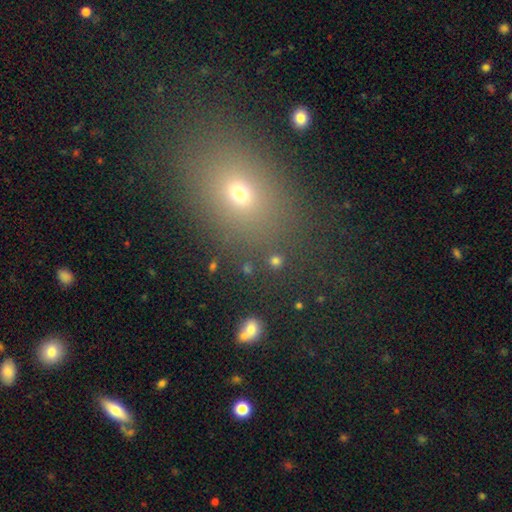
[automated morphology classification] smooth-or-featured: smooth: 61% | star or artifact: 25% | featured or disk: 13%
  how-rounded: in between: 64% | round: 34% | cigar-shaped: 2%
  merging: none: 81% | minor disturbance: 10% | major disturbance: 5% | merger: 3%